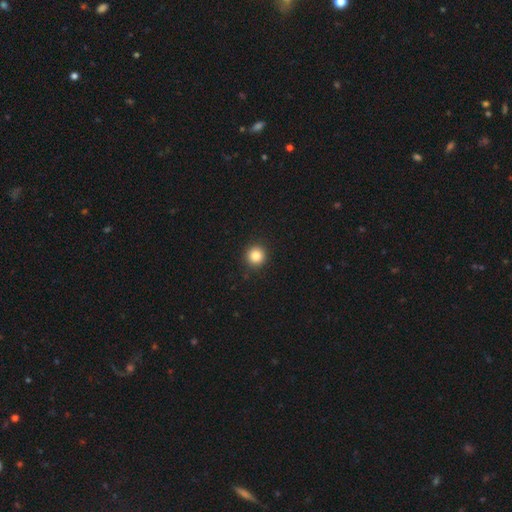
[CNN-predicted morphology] type=smooth (84%); roundness=round (94%); merging=none (92%).